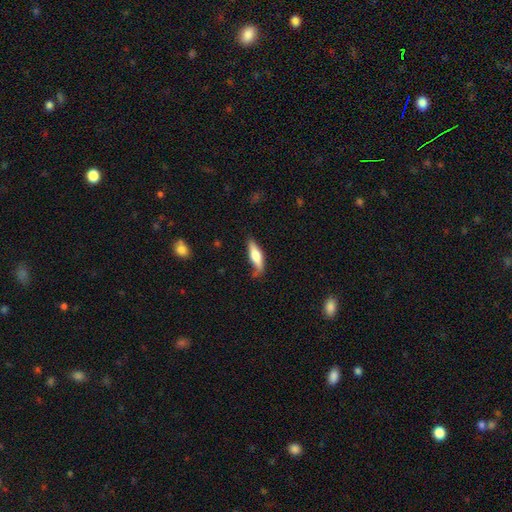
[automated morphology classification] Overall: smooth (62%; featured or disk 32%). How rounded: cigar-shaped (55%; in between 43%). Merging: none (58%; minor disturbance 30%).